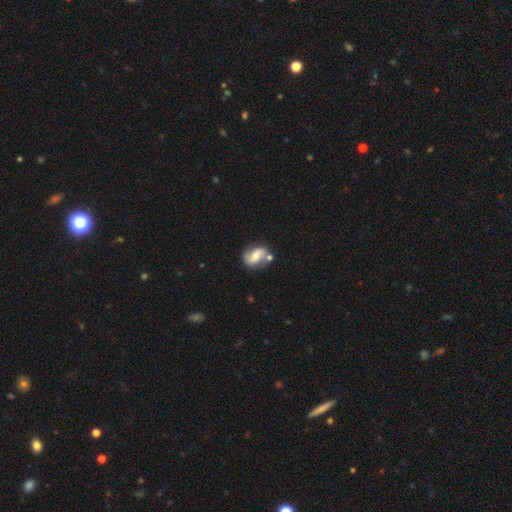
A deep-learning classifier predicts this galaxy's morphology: Overall: featured or disk (68%). Edge-on disk: no (97%). Bar: no (44%; weak 38%). Spiral arms: yes (89%). Spiral arm count: 2 (88%). Spiral winding: loose (45%; medium 39%). Bulge size: moderate (59%; small 29%). Merging: none (67%).